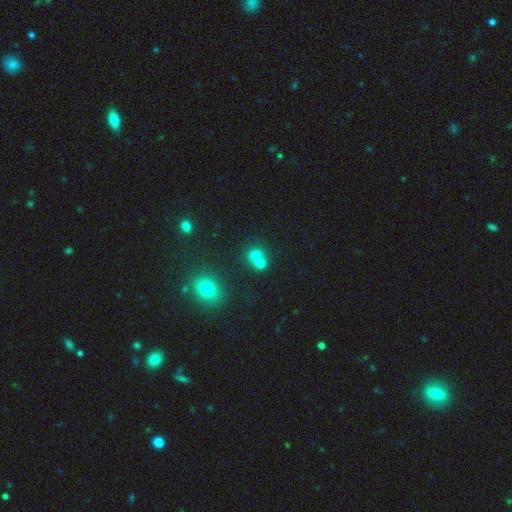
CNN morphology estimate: Smooth or featured?
  - smooth: 70% *
  - star or artifact: 17%
  - featured or disk: 14%
How rounded?
  - round: 82% *
  - in between: 17%
  - cigar-shaped: 1%
Merging?
  - merger: 53% *
  - none: 38%
  - minor disturbance: 6%
  - major disturbance: 3%